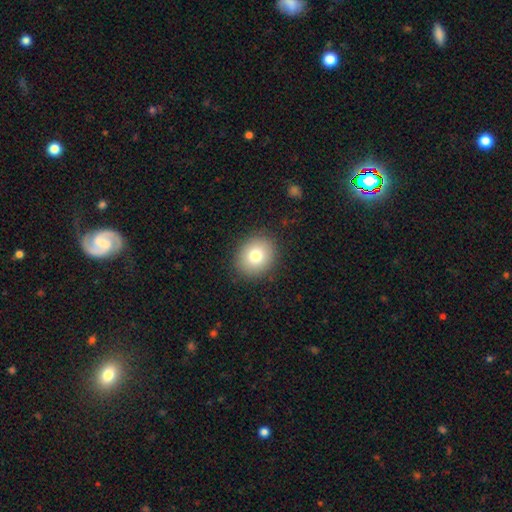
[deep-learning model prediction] Smooth or featured?
  - smooth: 78% *
  - featured or disk: 12%
  - star or artifact: 10%
How rounded?
  - round: 68% *
  - in between: 31%
  - cigar-shaped: 1%
Merging?
  - none: 89% *
  - minor disturbance: 8%
  - major disturbance: 3%
  - merger: 1%